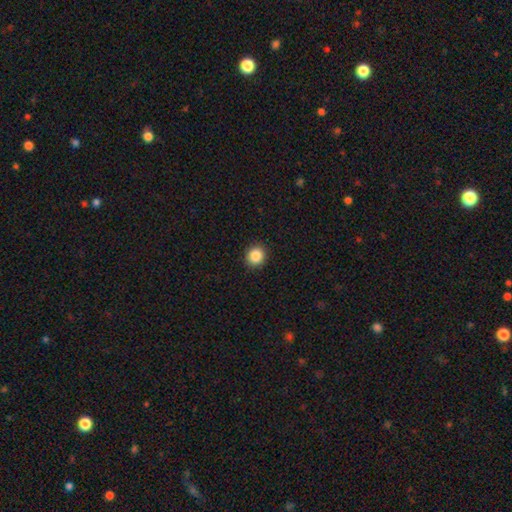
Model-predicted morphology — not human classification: smooth 87%, star or artifact 10%, featured or disk 4%. Down the decision tree: how rounded — round (87%); merging — none (91%).